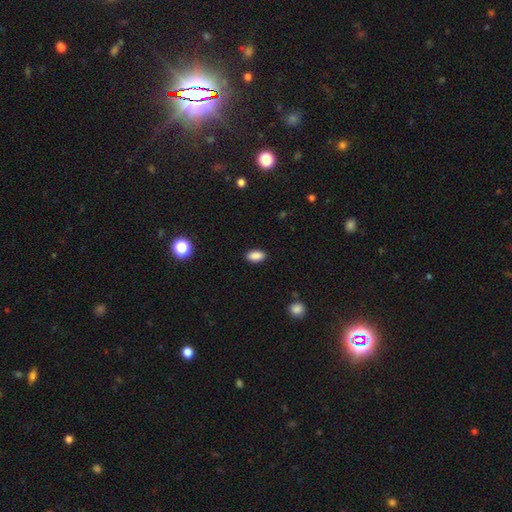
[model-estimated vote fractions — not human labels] smooth_or_featured: smooth (p=0.88) [alt: star or artifact p=0.08]
how_rounded: in between (p=0.91) [alt: round p=0.05]
merging: none (p=0.89) [alt: minor disturbance p=0.08]